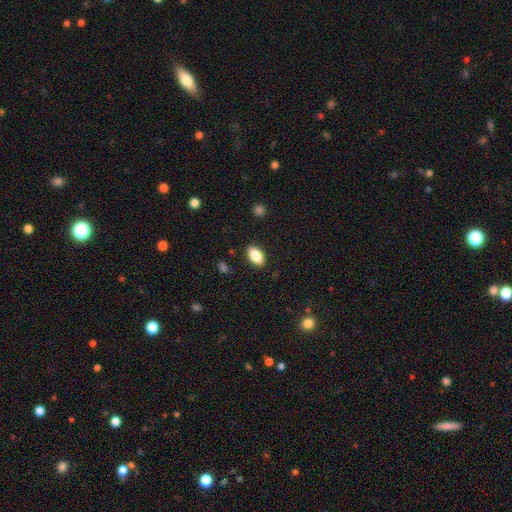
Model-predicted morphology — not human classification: Smooth or featured? smooth (86%)
How rounded? in between (92%)
Merging? none (88%)